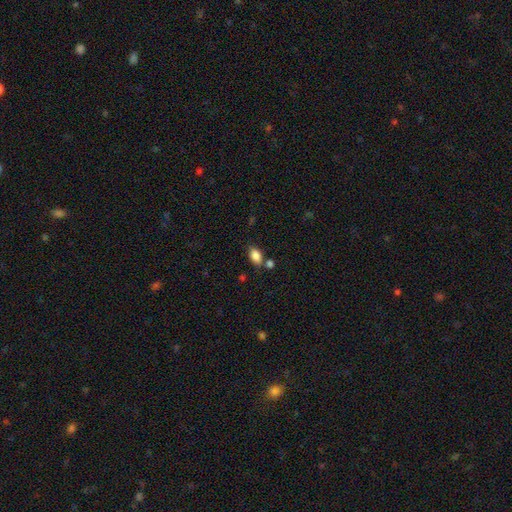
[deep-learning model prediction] A smooth galaxy with no disk features (85%) that is in between round and cigar-shaped (88%).

Vote fractions:
- Smooth or featured? smooth: 85% / star or artifact: 9% / featured or disk: 6%
- How rounded? in between: 88% / round: 9% / cigar-shaped: 3%
- Merging? none: 67% / merger: 15% / minor disturbance: 14% / major disturbance: 4%